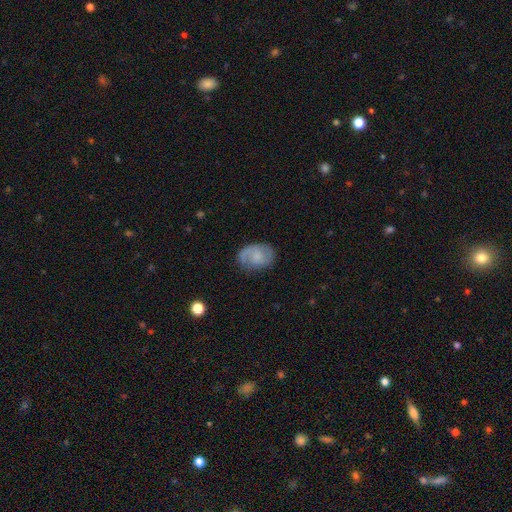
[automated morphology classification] featured or disk 49%, smooth 43%, star or artifact 8%. Down the decision tree: merging — none (68%).